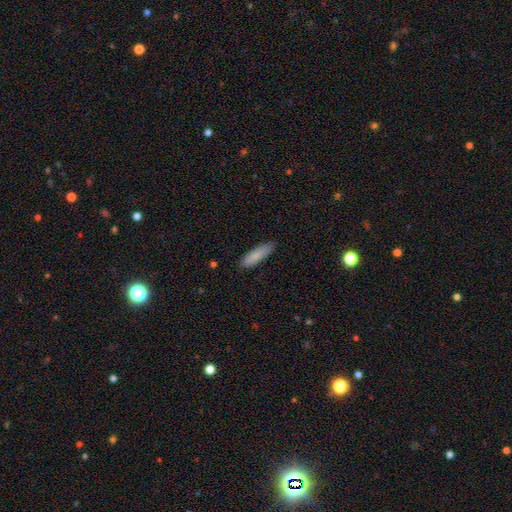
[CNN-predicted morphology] Smooth or featured? smooth (83%)
How rounded? cigar-shaped (59%)
Merging? none (84%)